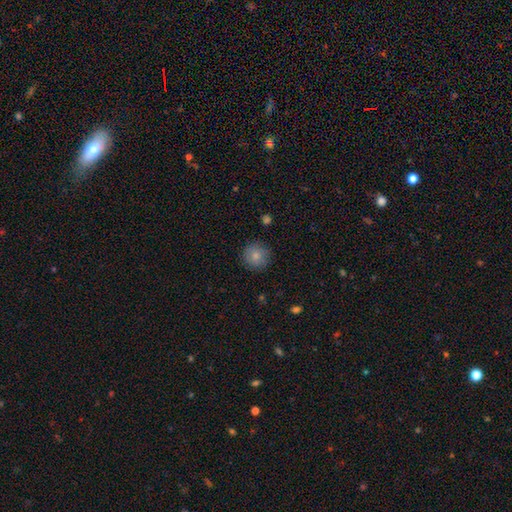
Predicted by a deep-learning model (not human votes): The model was most divided on "smooth or featured": smooth: 83%, star or artifact: 9%, featured or disk: 8%. More confident: how rounded — round (94%); merging — none (88%).